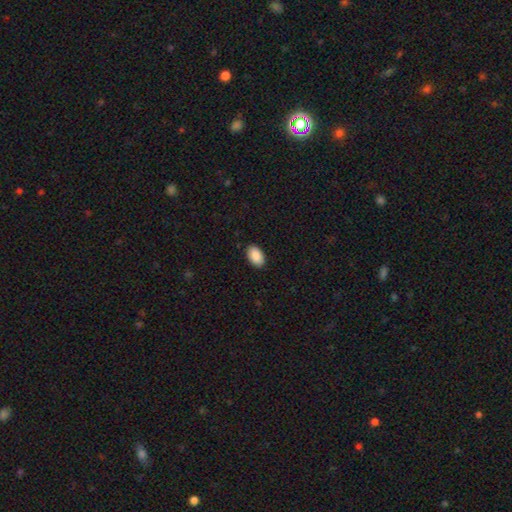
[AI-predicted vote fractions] Smooth or featured?
  - smooth: 90% *
  - star or artifact: 6%
  - featured or disk: 3%
How rounded?
  - in between: 93% *
  - round: 5%
  - cigar-shaped: 1%
Merging?
  - none: 90% *
  - minor disturbance: 7%
  - major disturbance: 2%
  - merger: 1%